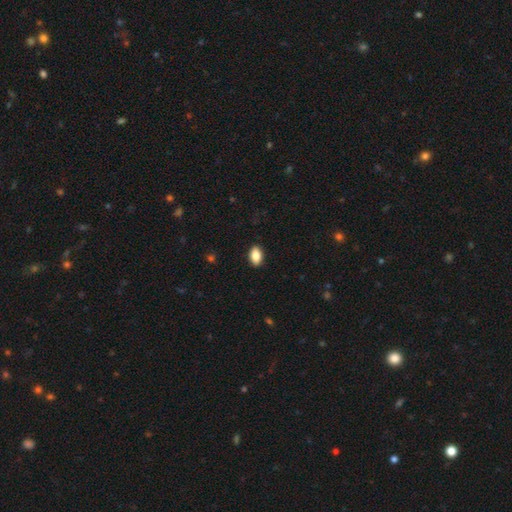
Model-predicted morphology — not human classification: The model was most divided on "smooth or featured": smooth: 86%, star or artifact: 7%, featured or disk: 6%. More confident: how rounded — in between (91%); merging — none (90%).